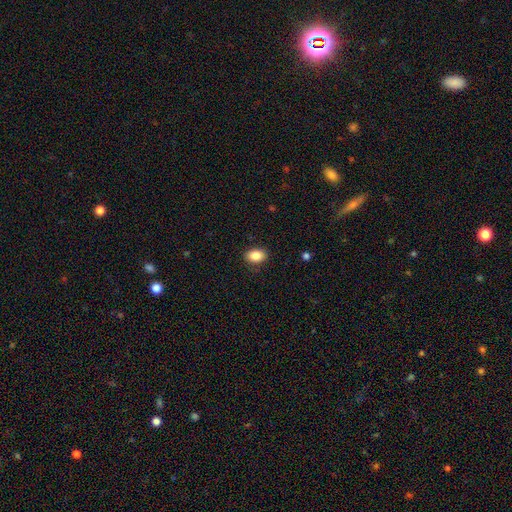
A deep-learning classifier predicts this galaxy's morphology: This appears to be a smooth galaxy with no disk features (86%) that is in between round and cigar-shaped (84%). Merging: none (88%).